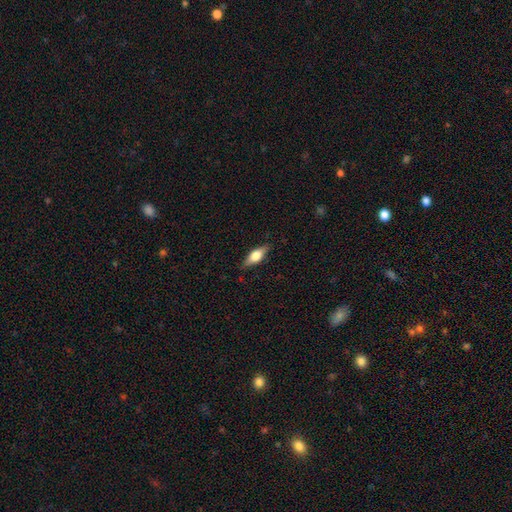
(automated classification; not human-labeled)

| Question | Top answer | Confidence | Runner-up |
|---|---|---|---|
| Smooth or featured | smooth | 53% | featured or disk (40%) |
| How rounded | in between | 66% | cigar-shaped (30%) |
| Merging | none | 83% | minor disturbance (13%) |